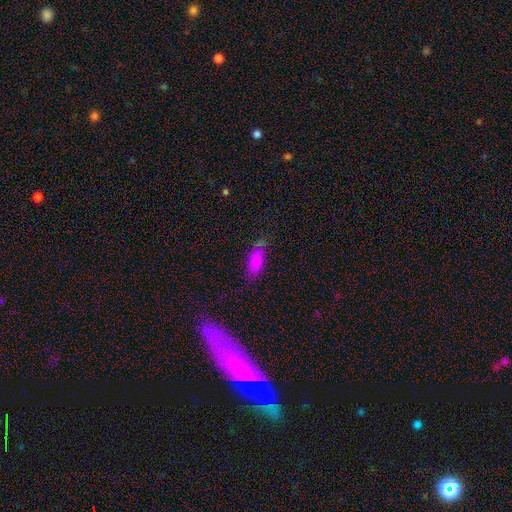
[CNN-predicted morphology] Smooth or featured?
  - smooth: 81% *
  - featured or disk: 12%
  - star or artifact: 7%
How rounded?
  - in between: 66% *
  - cigar-shaped: 32%
  - round: 2%
Merging?
  - none: 71% *
  - minor disturbance: 21%
  - major disturbance: 5%
  - merger: 2%